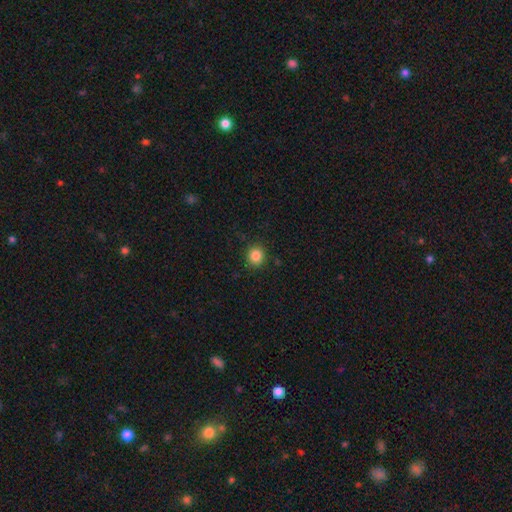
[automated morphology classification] smooth_or_featured: smooth (p=0.84) [alt: star or artifact p=0.11]
how_rounded: round (p=0.85) [alt: in between p=0.14]
merging: none (p=0.88) [alt: minor disturbance p=0.08]